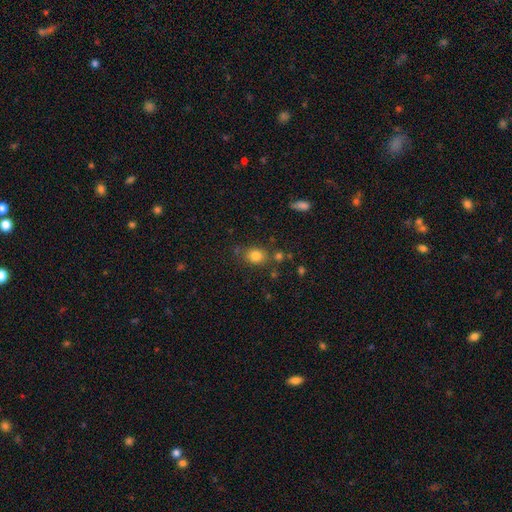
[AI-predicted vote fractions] smooth 81%, star or artifact 12%, featured or disk 7%. Down the decision tree: how rounded — round (54%); merging — none (74%).